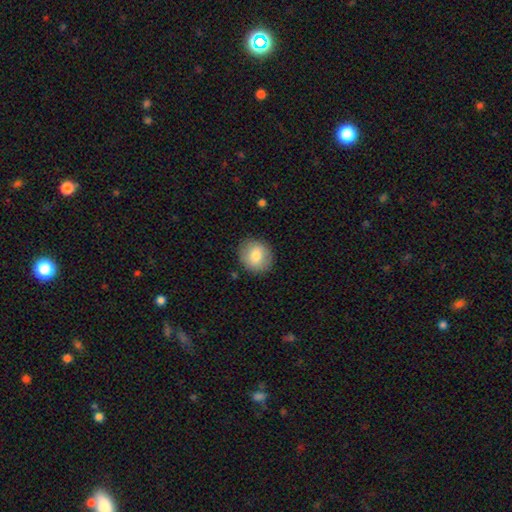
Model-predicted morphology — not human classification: Overall: smooth (77%). How rounded: round (79%). Merging: none (86%).